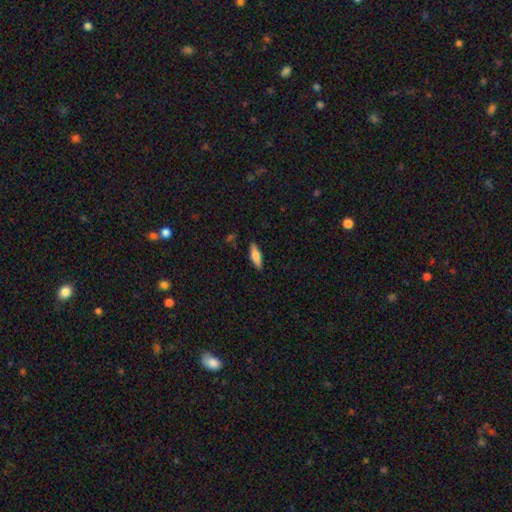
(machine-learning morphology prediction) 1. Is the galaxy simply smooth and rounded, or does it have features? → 63% smooth, 31% featured or disk, 6% star or artifact.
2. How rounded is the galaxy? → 54% cigar-shaped, 44% in between, 2% round.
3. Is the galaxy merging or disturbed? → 88% none, 9% minor disturbance, 2% major disturbance, 1% merger.